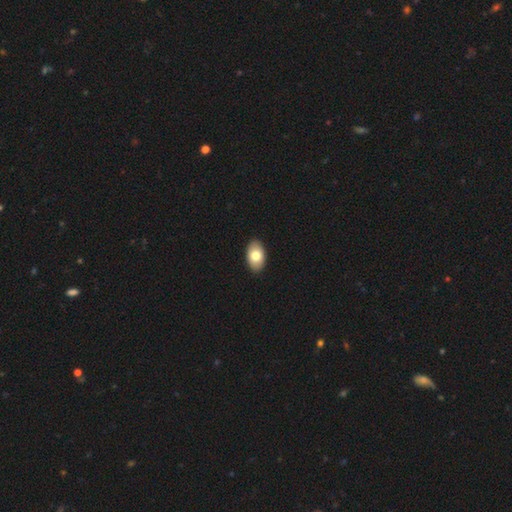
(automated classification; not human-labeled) Smooth or featured: smooth — 78% (featured or disk — 15%)
How rounded: in between — 93% (round — 6%)
Merging: none — 91% (minor disturbance — 7%)